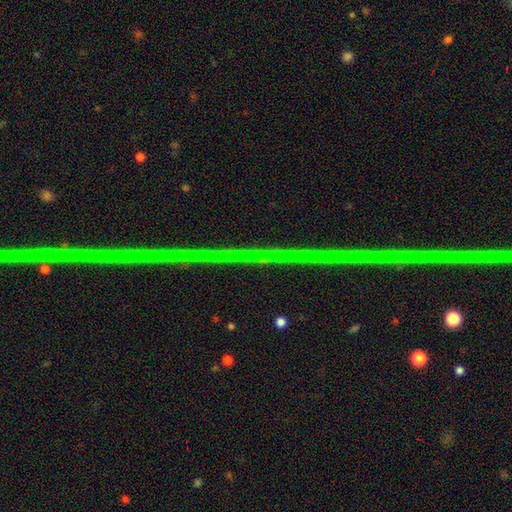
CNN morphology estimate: Smooth or featured: star or artifact — 77% (featured or disk — 15%)